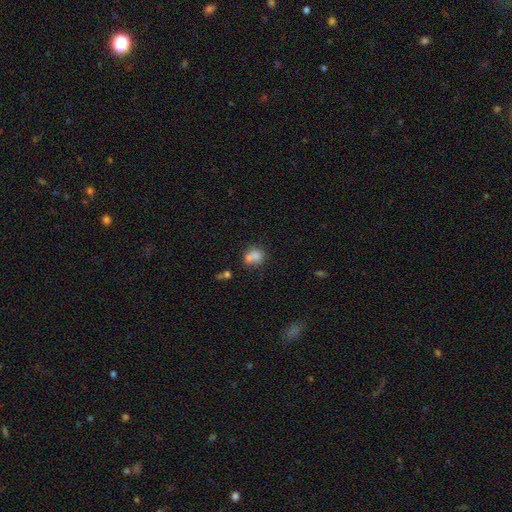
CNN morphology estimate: A smooth galaxy with no disk features (78%) that is round (54%). Merging: none (41%).